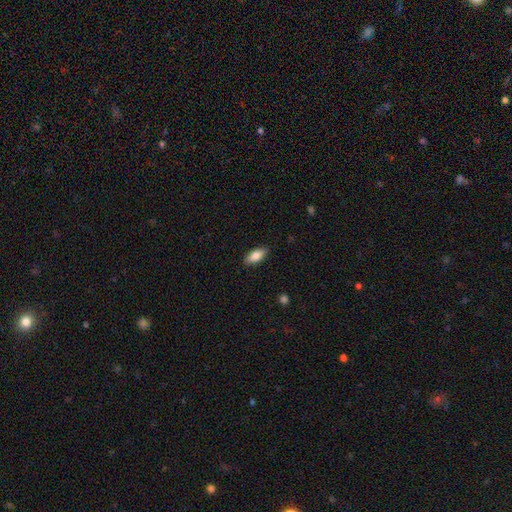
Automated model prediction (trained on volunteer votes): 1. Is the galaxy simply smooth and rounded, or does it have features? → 84% smooth, 10% featured or disk, 6% star or artifact.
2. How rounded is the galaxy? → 85% in between, 13% cigar-shaped, 2% round.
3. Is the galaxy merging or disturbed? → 88% none, 9% minor disturbance, 2% major disturbance, 1% merger.